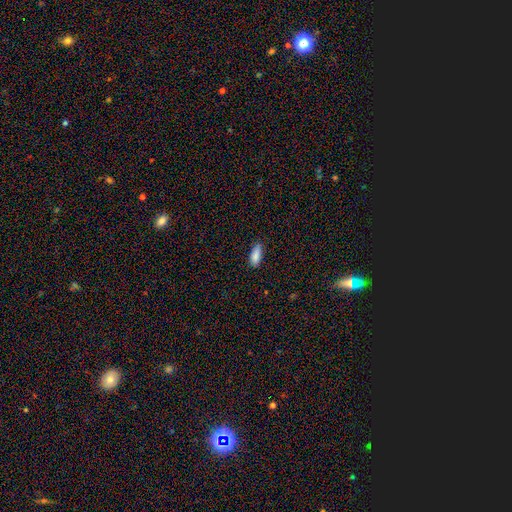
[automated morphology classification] A smooth galaxy with no disk features (87%) that is in between round and cigar-shaped (77%).

Vote fractions:
- Smooth or featured? smooth: 87% / star or artifact: 7% / featured or disk: 5%
- How rounded? in between: 77% / cigar-shaped: 21% / round: 2%
- Merging? none: 79% / minor disturbance: 17% / major disturbance: 3% / merger: 1%